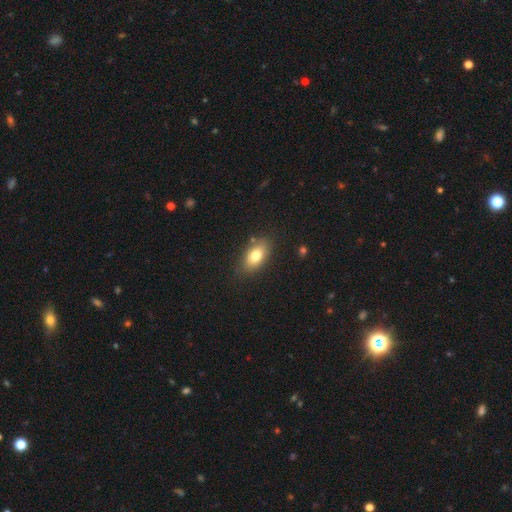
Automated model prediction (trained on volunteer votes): Overall: smooth (77%). How rounded: in between (87%). Merging: none (80%).